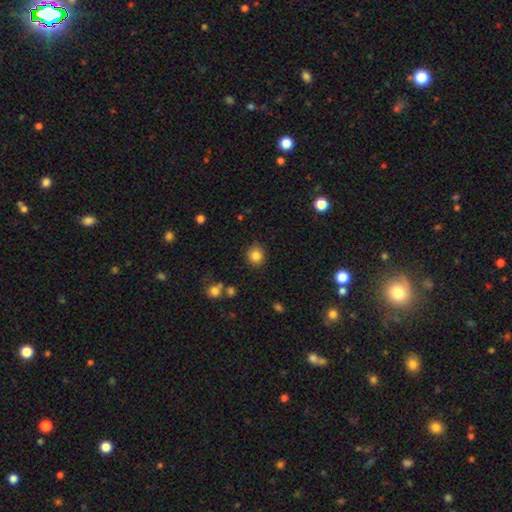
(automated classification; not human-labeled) Smooth or featured: smooth — 84% (star or artifact — 11%)
How rounded: round — 89% (in between — 10%)
Merging: none — 88% (minor disturbance — 8%)